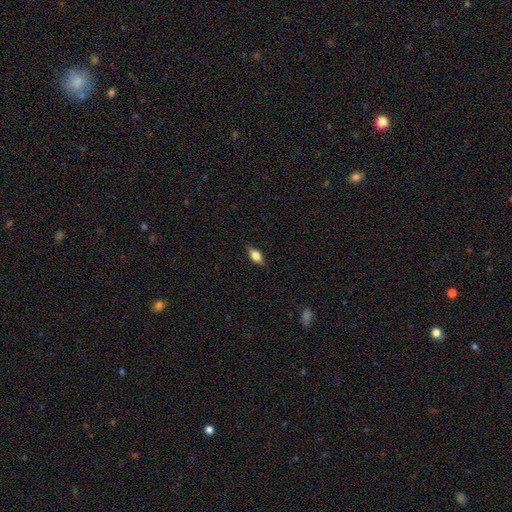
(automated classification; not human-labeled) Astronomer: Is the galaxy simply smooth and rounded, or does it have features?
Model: smooth — 55% (runner-up: featured or disk, 36%).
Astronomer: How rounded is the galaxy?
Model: in between — 75%.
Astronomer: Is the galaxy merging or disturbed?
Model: none — 82%.